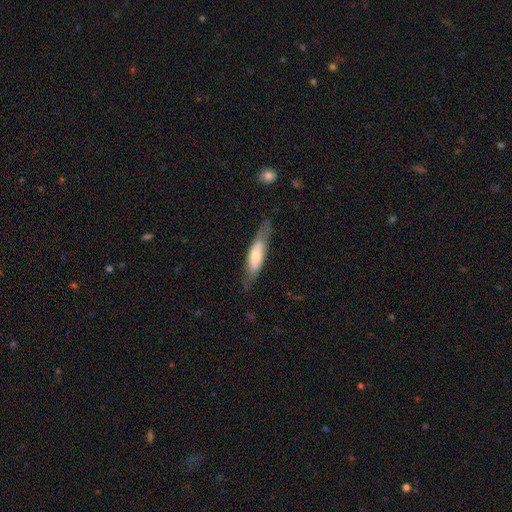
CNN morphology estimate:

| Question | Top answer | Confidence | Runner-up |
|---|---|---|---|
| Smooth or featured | smooth | 51% | featured or disk (44%) |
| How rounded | cigar-shaped | 60% | in between (38%) |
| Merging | none | 69% | minor disturbance (21%) |